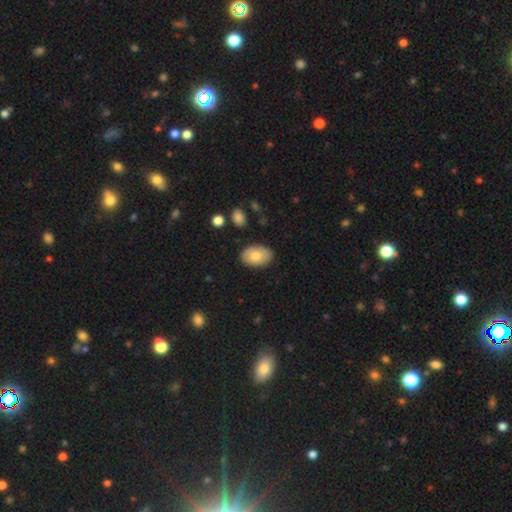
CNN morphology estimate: Smooth or featured?
  - smooth: 67% *
  - featured or disk: 27%
  - star or artifact: 6%
How rounded?
  - in between: 89% *
  - round: 10%
  - cigar-shaped: 1%
Merging?
  - none: 84% *
  - minor disturbance: 12%
  - major disturbance: 3%
  - merger: 1%